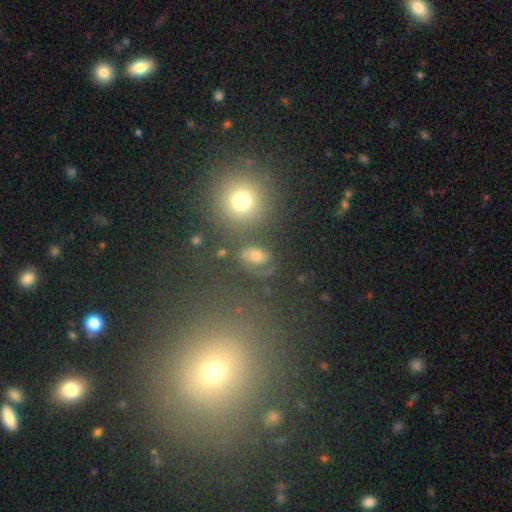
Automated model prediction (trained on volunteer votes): smooth-or-featured: smooth: 61% | star or artifact: 29% | featured or disk: 11%
  how-rounded: round: 76% | in between: 22% | cigar-shaped: 2%
  merging: none: 78% | merger: 10% | minor disturbance: 8% | major disturbance: 5%